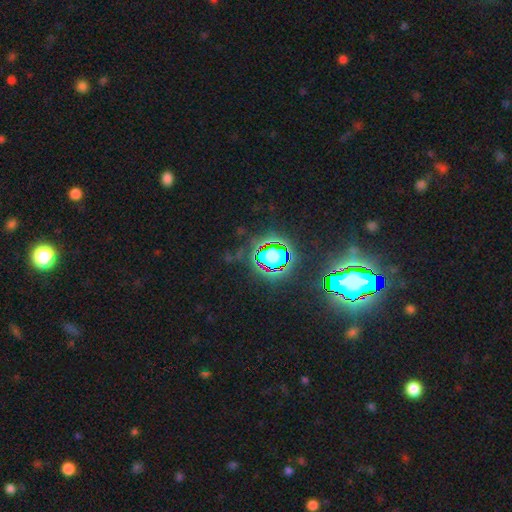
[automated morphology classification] Smooth or featured? Predicted: star or artifact (p=0.82).